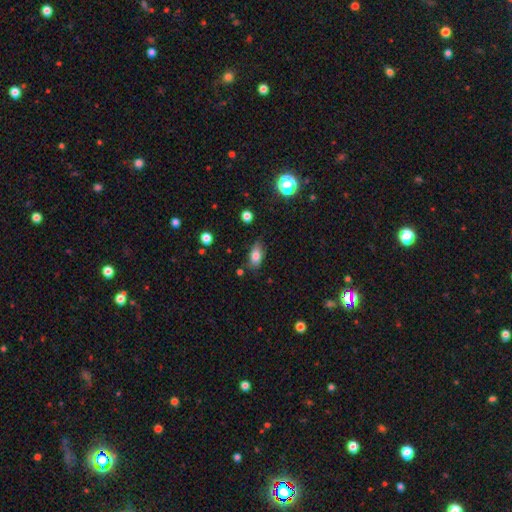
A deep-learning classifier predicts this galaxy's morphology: Q: Smooth or featured?
A: smooth (79%); runner-up: featured or disk (12%)
Q: How rounded?
A: in between (85%); runner-up: round (8%)
Q: Merging?
A: none (73%); runner-up: minor disturbance (20%)